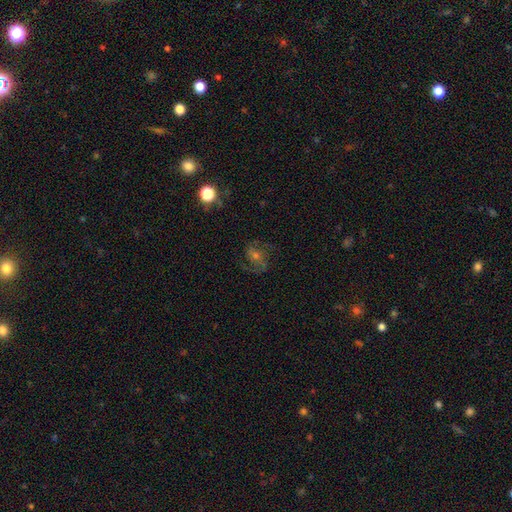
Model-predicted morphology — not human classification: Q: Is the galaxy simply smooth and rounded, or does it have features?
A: featured or disk — 68%.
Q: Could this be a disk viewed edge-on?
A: no — 97%.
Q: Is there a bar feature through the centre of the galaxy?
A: no — 53%.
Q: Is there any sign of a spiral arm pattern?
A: yes — 92%.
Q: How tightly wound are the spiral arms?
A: medium — 53%.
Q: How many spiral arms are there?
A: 2 — 64%.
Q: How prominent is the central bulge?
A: small — 50%.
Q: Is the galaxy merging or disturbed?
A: none — 72%.